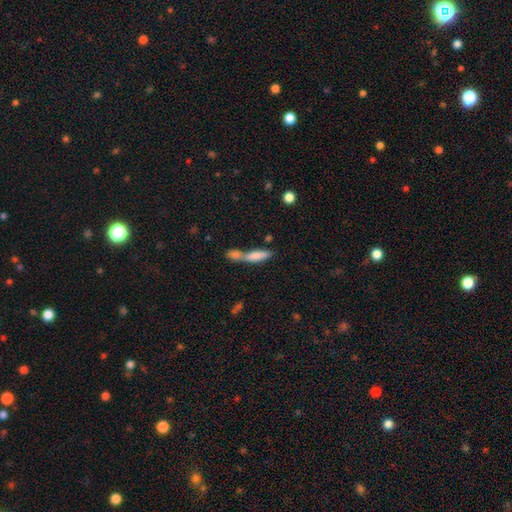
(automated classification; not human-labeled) This is likely a smooth galaxy (75%). How rounded: likely cigar-shaped (64%). Merging: likely merger (64%).